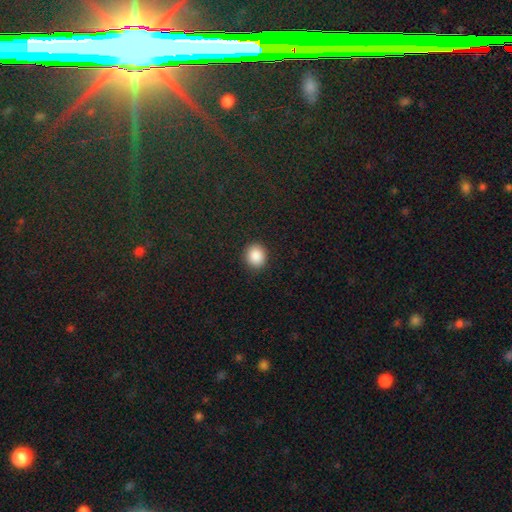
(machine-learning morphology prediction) smooth 88%, star or artifact 9%, featured or disk 3%. Down the decision tree: how rounded — round (80%); merging — none (91%).